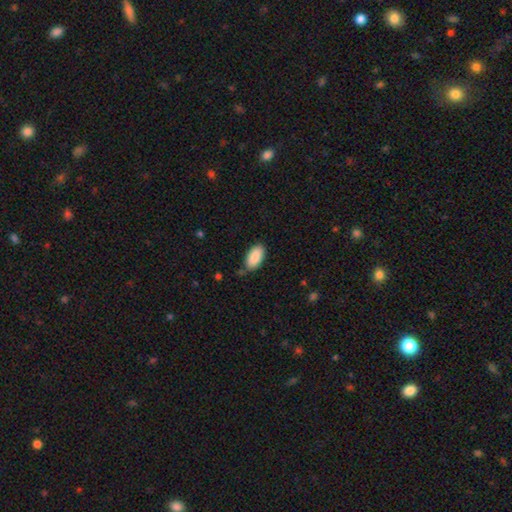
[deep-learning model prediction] This appears to be a smooth galaxy with no disk features (89%) that is in between round and cigar-shaped (95%). Merging: none (79%).